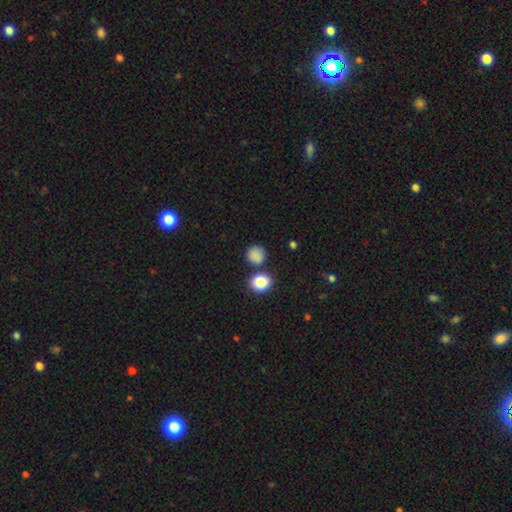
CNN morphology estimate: A smooth galaxy with no disk features (86%) that is round (84%).

Vote fractions:
- Smooth or featured? smooth: 86% / star or artifact: 10% / featured or disk: 4%
- How rounded? round: 84% / in between: 15% / cigar-shaped: 1%
- Merging? none: 74% / minor disturbance: 12% / merger: 10% / major disturbance: 4%